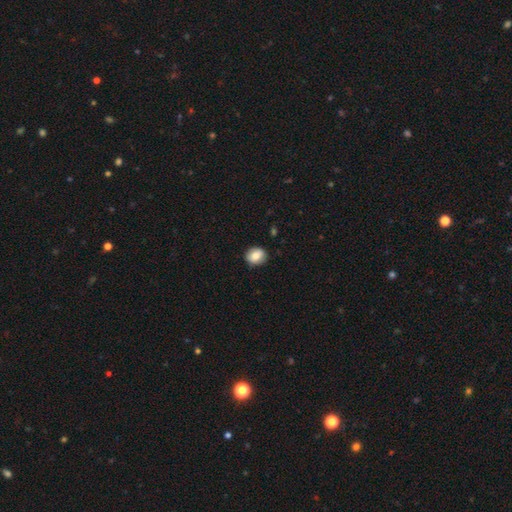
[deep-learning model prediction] This appears to be a smooth galaxy with no disk features (81%) that is round (67%). Merging: none (87%).